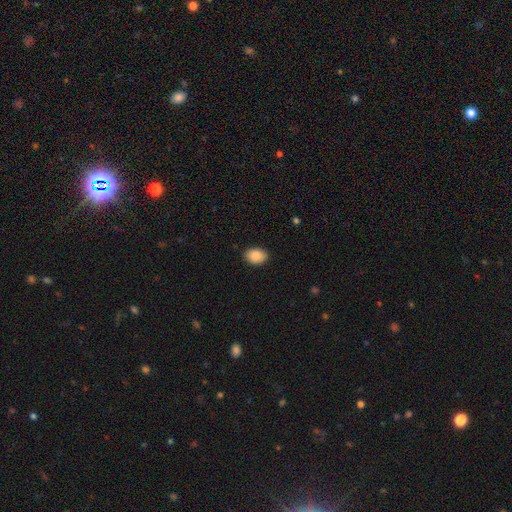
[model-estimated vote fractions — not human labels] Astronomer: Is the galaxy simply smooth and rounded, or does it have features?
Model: smooth — 88%.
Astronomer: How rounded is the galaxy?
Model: in between — 75%.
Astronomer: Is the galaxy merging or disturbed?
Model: none — 87%.